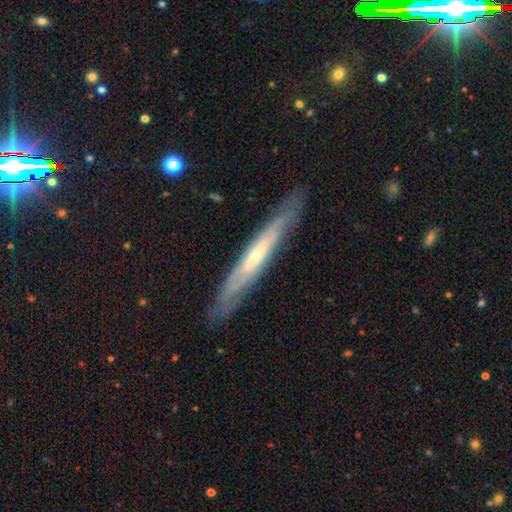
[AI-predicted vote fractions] A featured or disk galaxy (64%) viewed edge-on (77%).

Vote fractions:
- Smooth or featured? featured or disk: 64% / smooth: 30% / star or artifact: 6%
- Edge-on disk? yes: 77% / no: 23%
- Merging? none: 83% / minor disturbance: 13% / major disturbance: 3% / merger: 1%